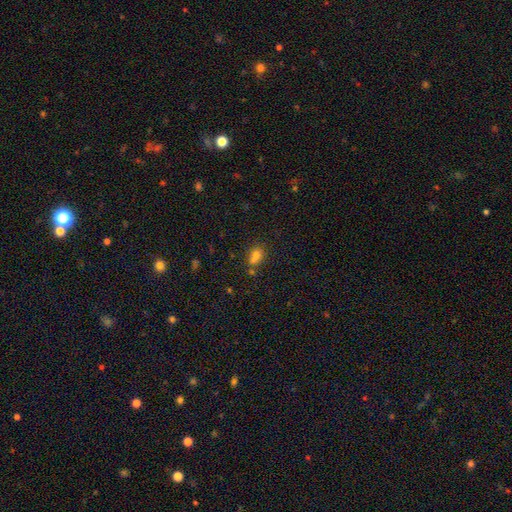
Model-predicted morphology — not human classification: Smooth or featured? smooth (71%)
How rounded? in between (51%)
Merging? none (51%)